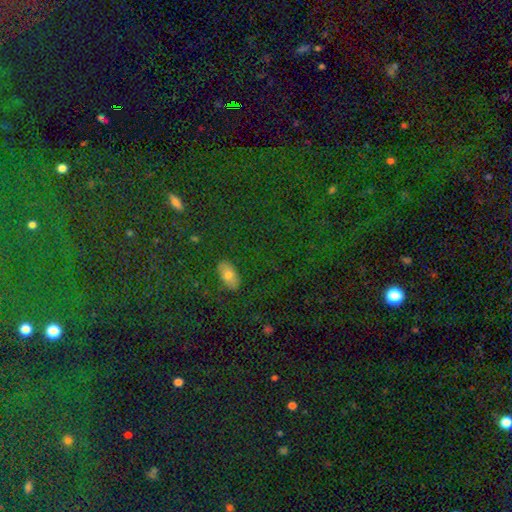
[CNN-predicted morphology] Smooth or featured? star or artifact (57%)